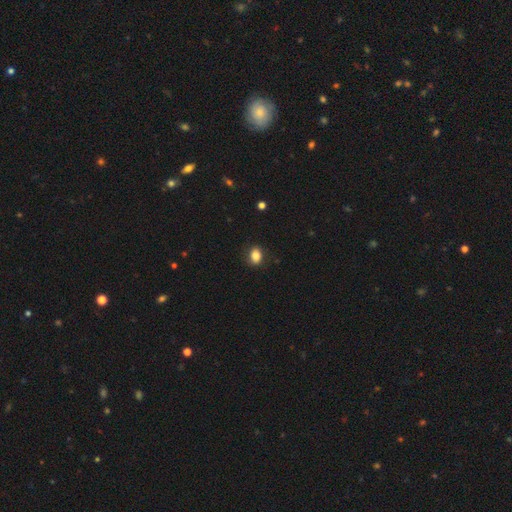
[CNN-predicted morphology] Smooth or featured? Predicted: smooth (p=0.83). How rounded? Predicted: in between (p=0.70). Merging? Predicted: none (p=0.83).